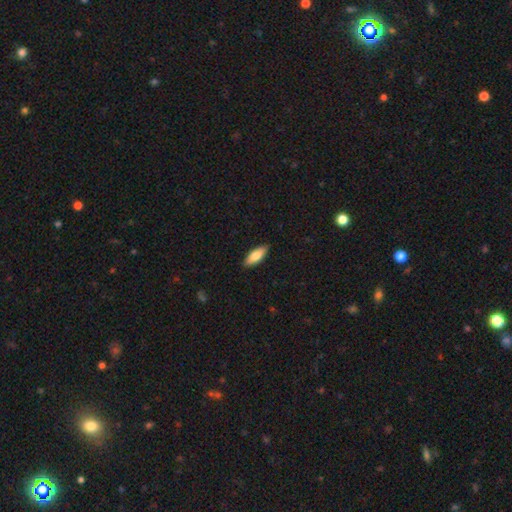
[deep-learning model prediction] This appears to be a smooth galaxy with no disk features (81%) that is in between round and cigar-shaped (69%). Merging: none (88%).